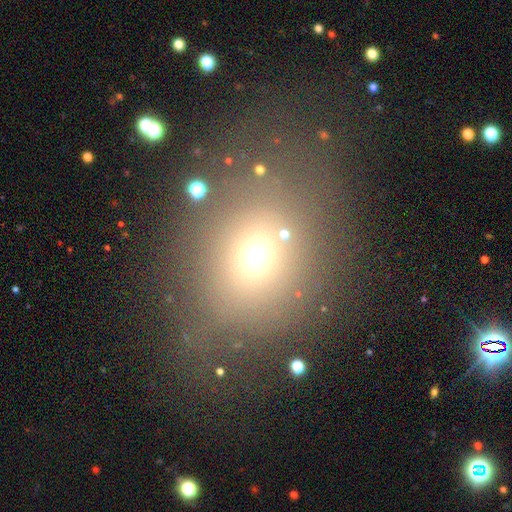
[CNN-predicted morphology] Smooth or featured?
  - smooth: 67% *
  - star or artifact: 23%
  - featured or disk: 10%
How rounded?
  - round: 72% *
  - in between: 27%
  - cigar-shaped: 2%
Merging?
  - none: 73% *
  - minor disturbance: 11%
  - major disturbance: 9%
  - merger: 7%